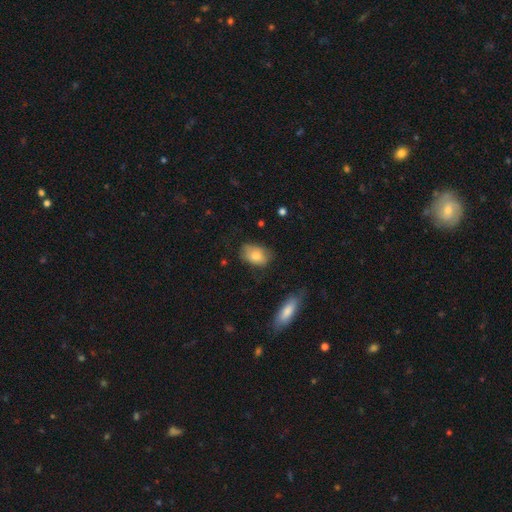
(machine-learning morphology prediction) Smooth or featured: smooth — 77% (featured or disk — 16%)
How rounded: in between — 86% (round — 12%)
Merging: none — 65% (minor disturbance — 26%)